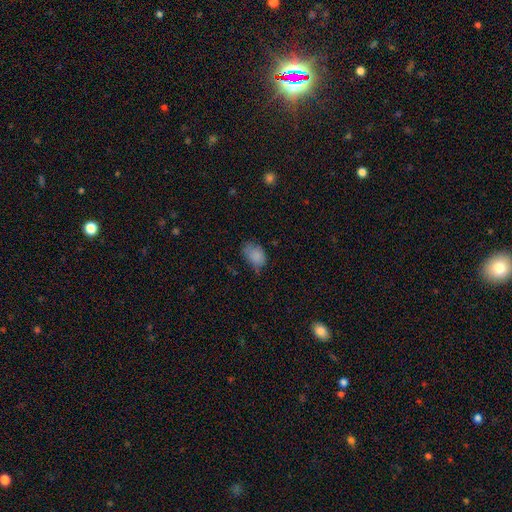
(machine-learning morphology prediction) smooth 82%, star or artifact 10%, featured or disk 8%. Down the decision tree: how rounded — in between (79%); merging — none (48%).